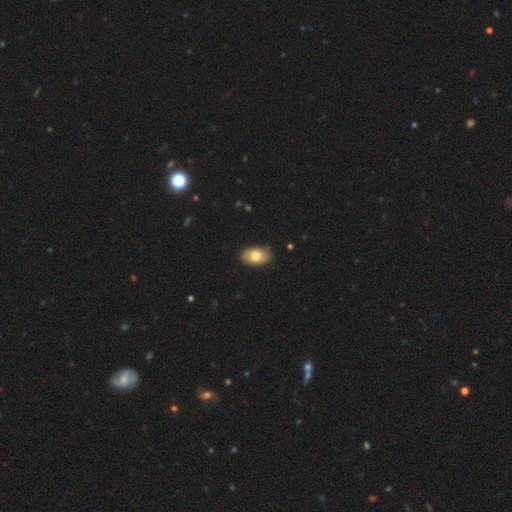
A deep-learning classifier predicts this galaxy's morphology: A smooth galaxy with no disk features (77%) that is in between round and cigar-shaped (92%). Merging: none (87%).